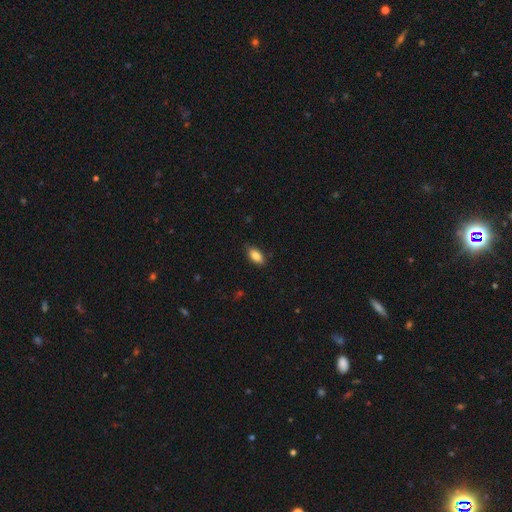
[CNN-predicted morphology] This is clearly a smooth galaxy (85%). How rounded: clearly in between (89%). Merging: clearly none (81%).